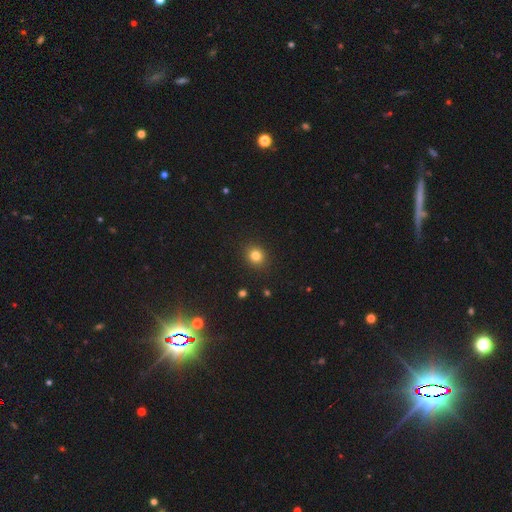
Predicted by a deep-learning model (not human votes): The model was most divided on "how rounded": round: 80%, in between: 19%, cigar-shaped: 1%. More confident: merging — none (90%); smooth or featured — smooth (81%).